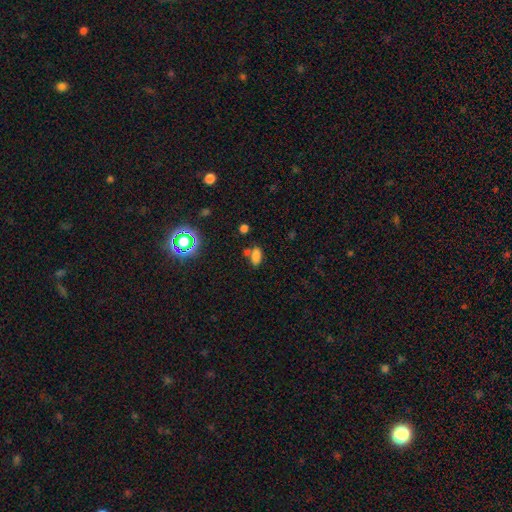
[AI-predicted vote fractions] A smooth galaxy with no disk features (77%) that is in between round and cigar-shaped (88%).

Vote fractions:
- Smooth or featured? smooth: 77% / star or artifact: 17% / featured or disk: 6%
- How rounded? in between: 88% / round: 6% / cigar-shaped: 6%
- Merging? none: 64% / merger: 18% / minor disturbance: 14% / major disturbance: 5%